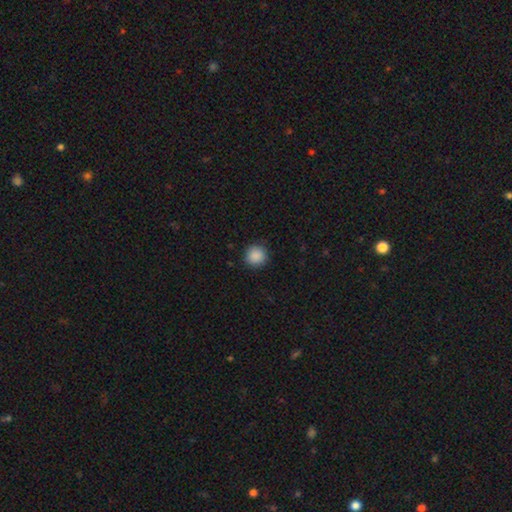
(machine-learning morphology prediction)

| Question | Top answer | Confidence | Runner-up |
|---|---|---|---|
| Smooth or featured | smooth | 89% | star or artifact (8%) |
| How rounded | round | 93% | in between (6%) |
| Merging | none | 90% | minor disturbance (7%) |